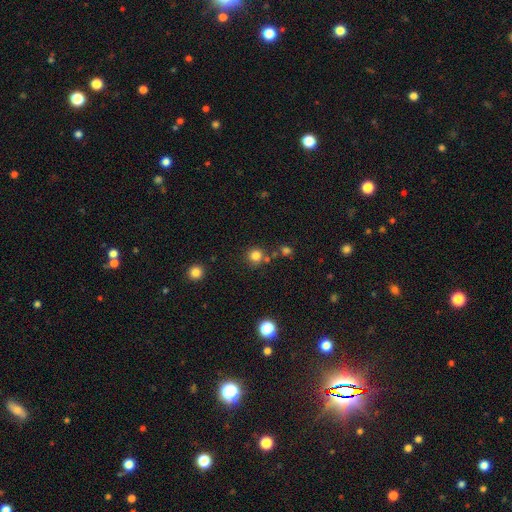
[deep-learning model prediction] This appears to be a smooth galaxy with no disk features (80%) that is round (93%). Merging: none (78%).